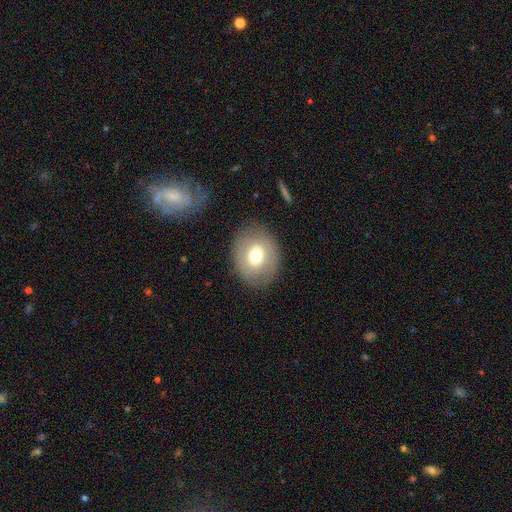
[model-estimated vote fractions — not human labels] The model was most divided on "how rounded": in between: 54%, round: 45%, cigar-shaped: 1%. More confident: merging — none (84%); smooth or featured — smooth (66%).